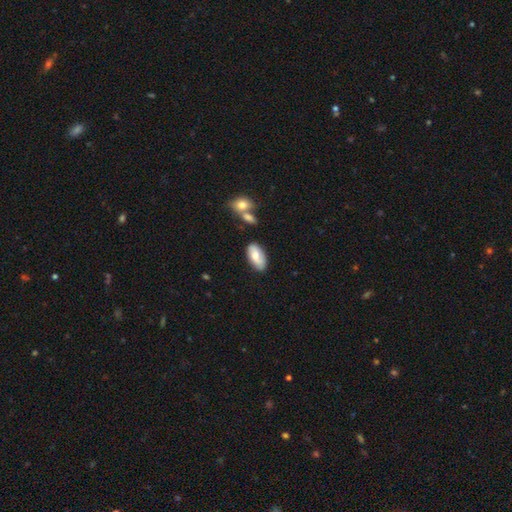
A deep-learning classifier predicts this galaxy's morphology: The model was most divided on "smooth or featured": smooth: 66%, featured or disk: 28%, star or artifact: 7%. More confident: how rounded — in between (94%); merging — none (73%).